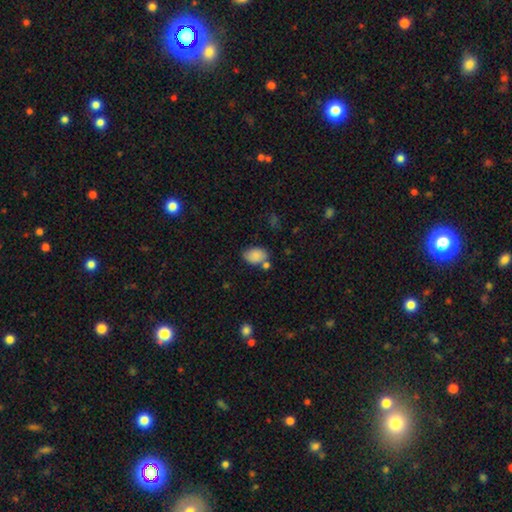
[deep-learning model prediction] A smooth galaxy with no disk features (85%) that is in between round and cigar-shaped (81%).

Vote fractions:
- Smooth or featured? smooth: 85% / star or artifact: 8% / featured or disk: 7%
- How rounded? in between: 81% / round: 18% / cigar-shaped: 1%
- Merging? none: 61% / minor disturbance: 19% / merger: 15% / major disturbance: 5%